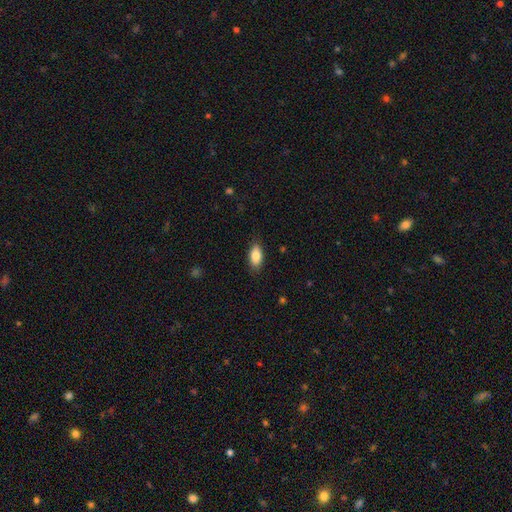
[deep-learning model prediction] Smooth or featured: smooth — 85% (featured or disk — 8%)
How rounded: in between — 90% (cigar-shaped — 7%)
Merging: none — 85% (minor disturbance — 11%)